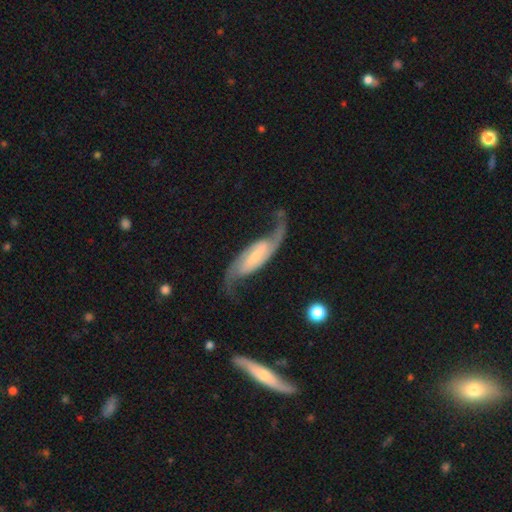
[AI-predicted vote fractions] A featured or disk galaxy (88%) with a weak bar (39%), 2 (93%) loose (56%) spiral arms (97%) and a small central bulge (54%). Merging: none (69%).